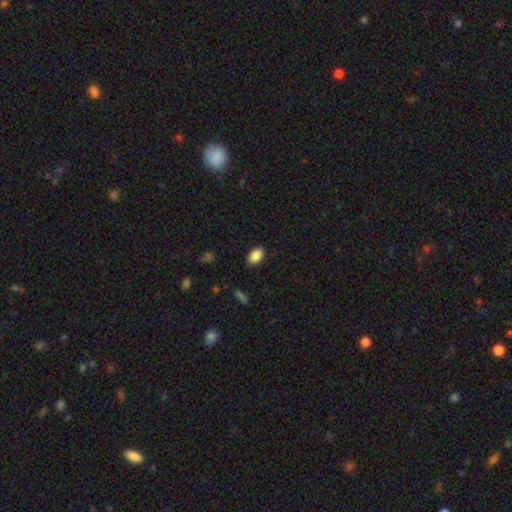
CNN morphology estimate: The model was most divided on "how rounded": in between: 86%, round: 13%, cigar-shaped: 1%. More confident: smooth or featured — smooth (87%); merging — none (86%).